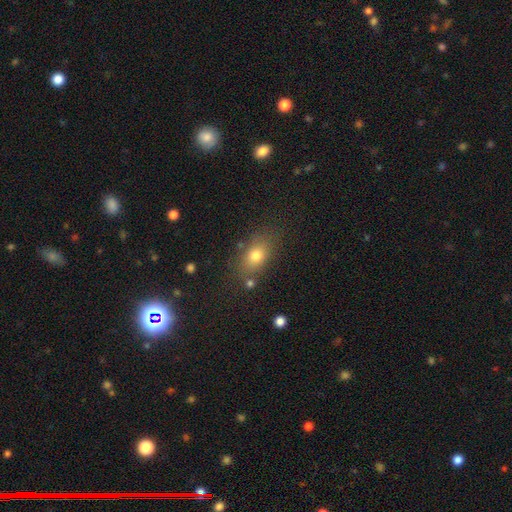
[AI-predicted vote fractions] This is likely a smooth galaxy (75%). How rounded: likely in between (75%). Merging: likely none (75%).